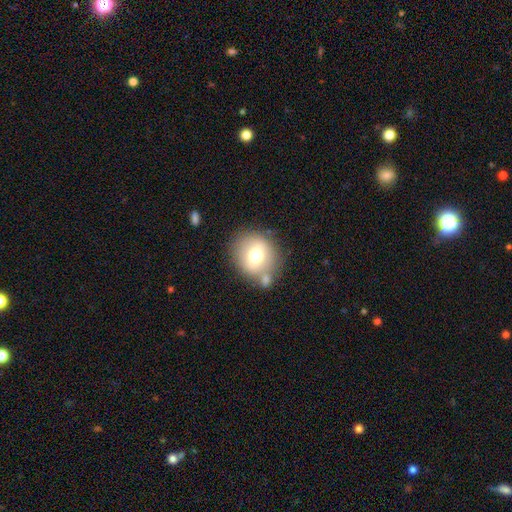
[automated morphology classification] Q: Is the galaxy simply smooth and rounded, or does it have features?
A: smooth — 67%.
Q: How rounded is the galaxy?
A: round — 80%.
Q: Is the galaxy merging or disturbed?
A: none — 67%.